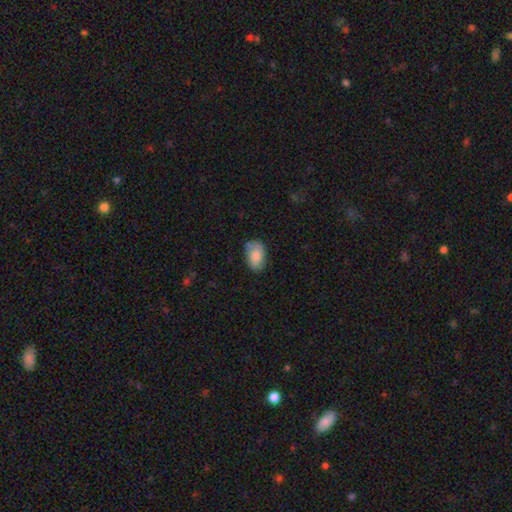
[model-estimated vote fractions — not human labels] A smooth galaxy with no disk features (79%) that is in between round and cigar-shaped (90%).

Vote fractions:
- Smooth or featured? smooth: 79% / featured or disk: 14% / star or artifact: 7%
- How rounded? in between: 90% / round: 8% / cigar-shaped: 1%
- Merging? none: 69% / minor disturbance: 24% / major disturbance: 6% / merger: 2%